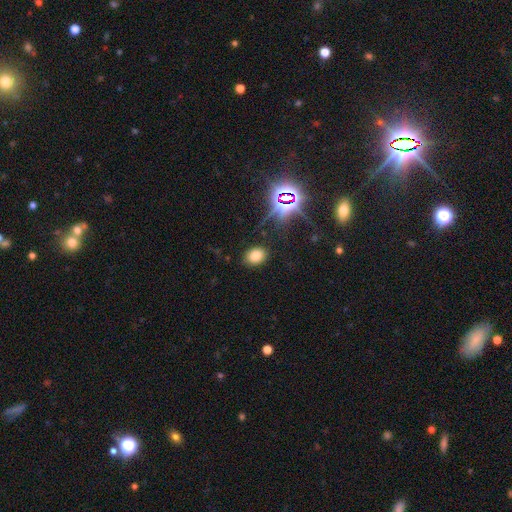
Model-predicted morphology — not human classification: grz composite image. It shows a smooth galaxy with no disk features (72%) that is in between round and cigar-shaped (64%). Merging: none (86%).